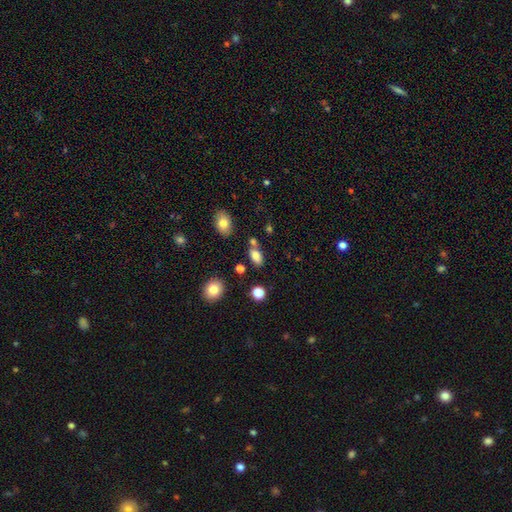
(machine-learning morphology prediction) Overall: smooth (81%). How rounded: in between (89%). Merging: none (65%).